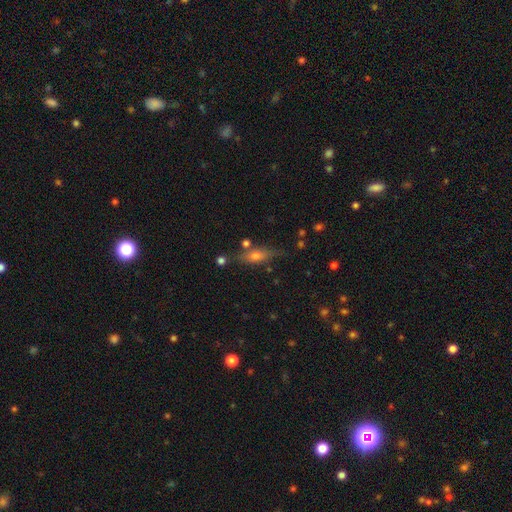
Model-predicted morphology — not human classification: Overall: smooth (48%; featured or disk 41%). Merging: none (70%).